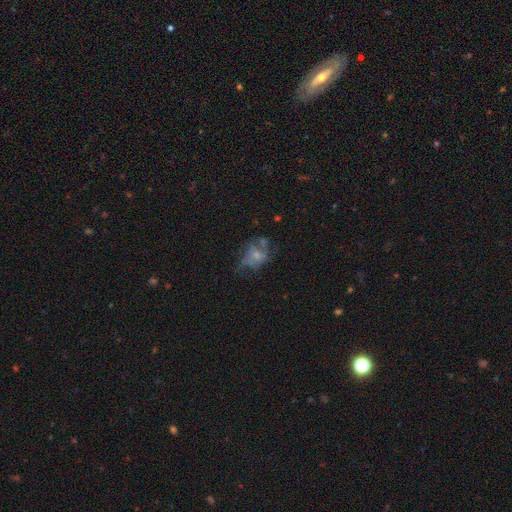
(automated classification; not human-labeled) Smooth or featured?
  - featured or disk: 51% *
  - smooth: 37%
  - star or artifact: 12%
Edge-on disk?
  - no: 97% *
  - yes: 3%
Merging?
  - none: 36% *
  - major disturbance: 32%
  - minor disturbance: 24%
  - merger: 9%